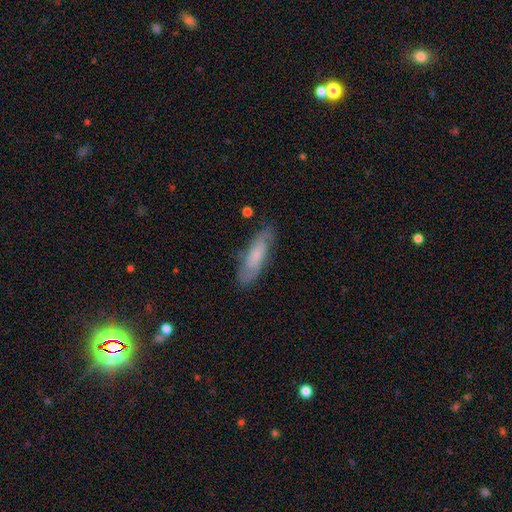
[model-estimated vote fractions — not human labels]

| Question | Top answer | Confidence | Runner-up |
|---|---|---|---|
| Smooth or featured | smooth | 53% | featured or disk (40%) |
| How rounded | cigar-shaped | 53% | in between (45%) |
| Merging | none | 78% | minor disturbance (16%) |